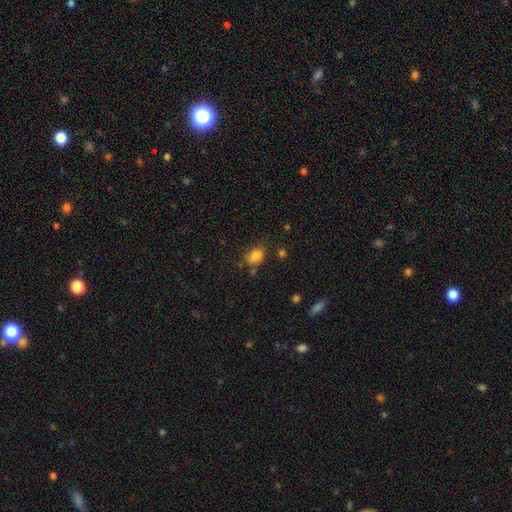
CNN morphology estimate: smooth 81%, star or artifact 11%, featured or disk 8%. Down the decision tree: how rounded — in between (74%); merging — none (59%).